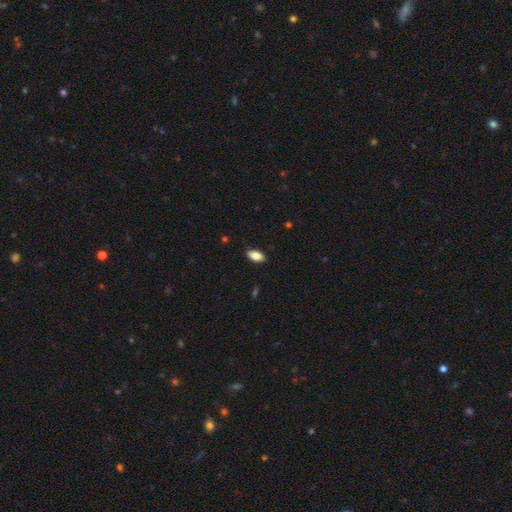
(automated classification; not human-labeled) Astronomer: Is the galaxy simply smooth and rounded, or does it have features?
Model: smooth — 85%.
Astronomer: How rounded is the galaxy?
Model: in between — 92%.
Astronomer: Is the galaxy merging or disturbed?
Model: none — 87%.